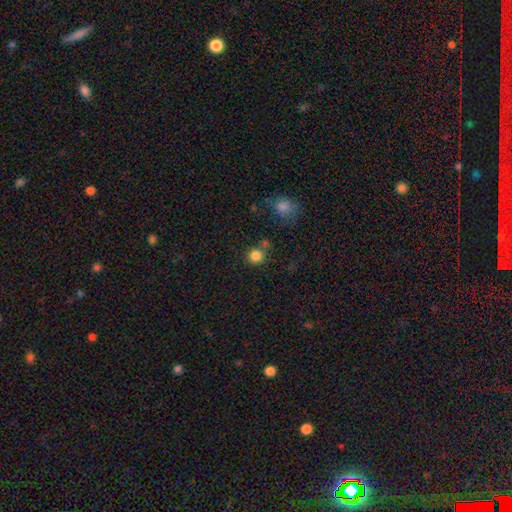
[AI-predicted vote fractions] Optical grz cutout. It shows a smooth galaxy with no disk features (83%) that is round (91%). Merging: none (74%).